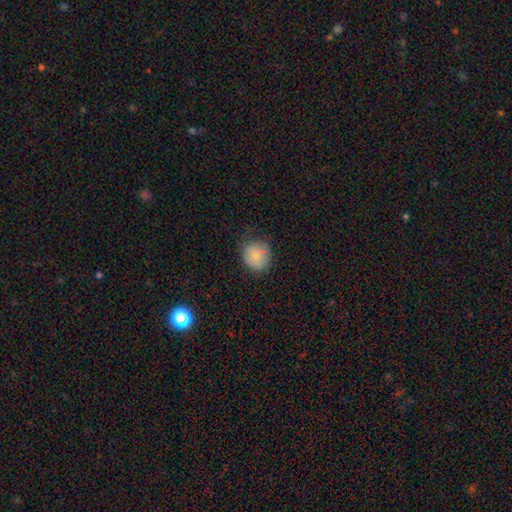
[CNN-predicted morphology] A smooth galaxy with no disk features (80%) that is round (80%).

Vote fractions:
- Smooth or featured? smooth: 80% / featured or disk: 12% / star or artifact: 8%
- How rounded? round: 80% / in between: 19% / cigar-shaped: 1%
- Merging? none: 64% / minor disturbance: 26% / major disturbance: 7% / merger: 3%